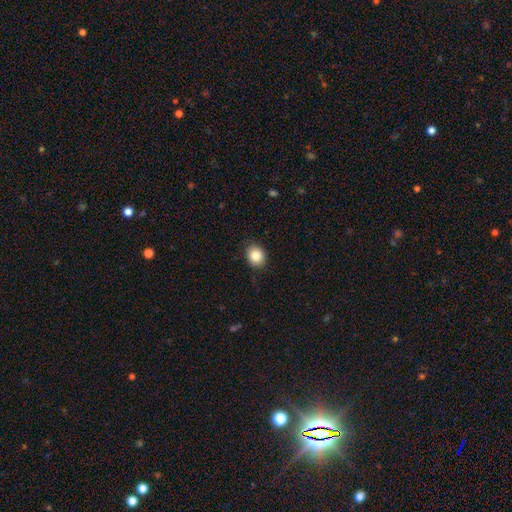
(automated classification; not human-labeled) smooth 85%, star or artifact 9%, featured or disk 6%. Down the decision tree: how rounded — round (64%); merging — none (87%).